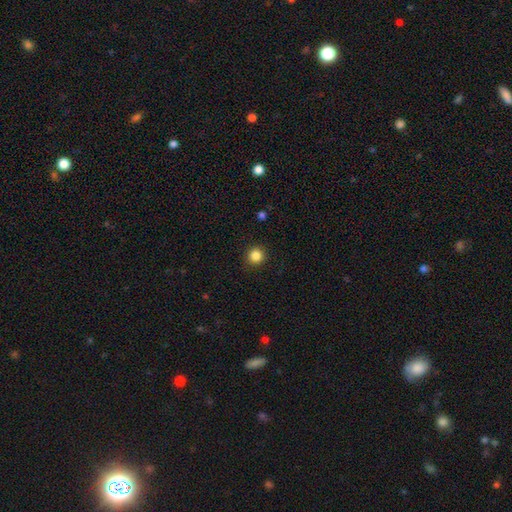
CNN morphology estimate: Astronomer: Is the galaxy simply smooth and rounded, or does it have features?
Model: smooth — 85%.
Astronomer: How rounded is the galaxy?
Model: round — 94%.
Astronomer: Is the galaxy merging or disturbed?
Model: none — 92%.